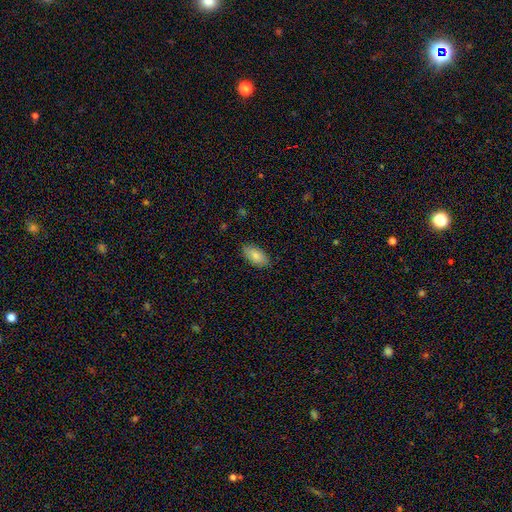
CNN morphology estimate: Q: Smooth or featured?
A: smooth (84%); runner-up: featured or disk (10%)
Q: How rounded?
A: in between (93%); runner-up: cigar-shaped (5%)
Q: Merging?
A: none (87%); runner-up: minor disturbance (10%)